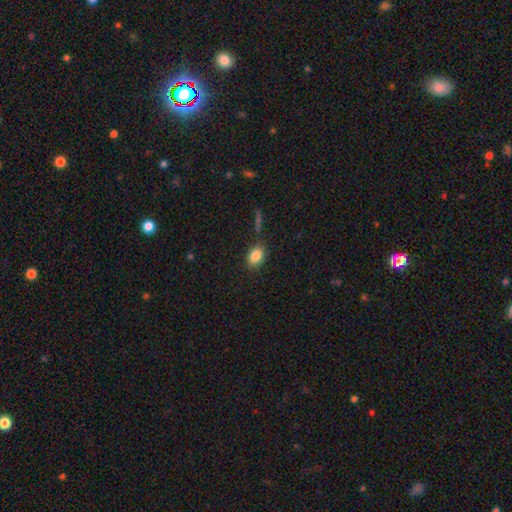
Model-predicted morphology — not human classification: Q: Smooth or featured?
A: smooth (85%); runner-up: star or artifact (9%)
Q: How rounded?
A: in between (76%); runner-up: round (22%)
Q: Merging?
A: none (81%); runner-up: minor disturbance (12%)